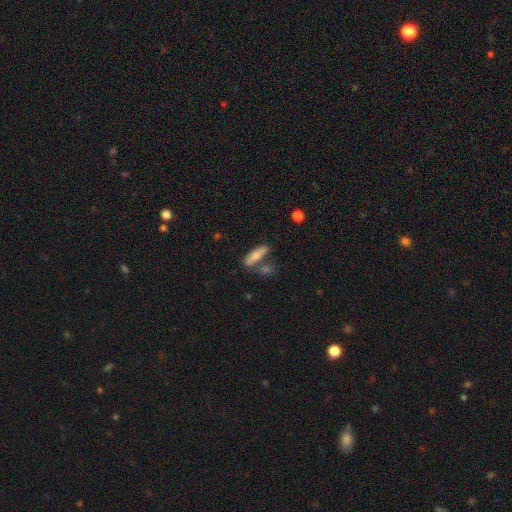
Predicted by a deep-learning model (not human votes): Smooth or featured? Predicted: smooth (p=0.65). How rounded? Predicted: cigar-shaped (p=0.58). Merging? Predicted: none (p=0.62).